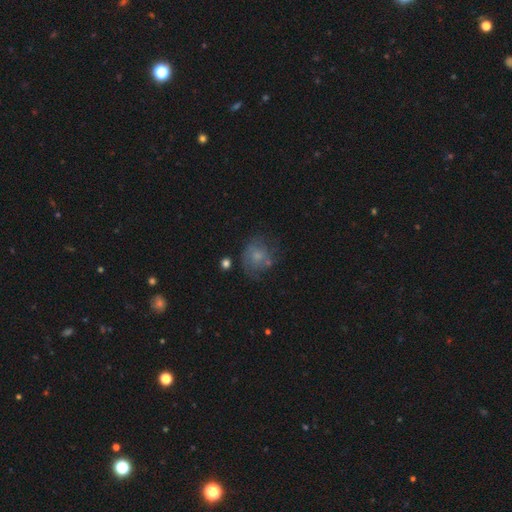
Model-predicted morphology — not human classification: Smooth or featured: smooth — 52% (featured or disk — 33%)
How rounded: round — 71% (in between — 28%)
Merging: none — 55% (minor disturbance — 23%)